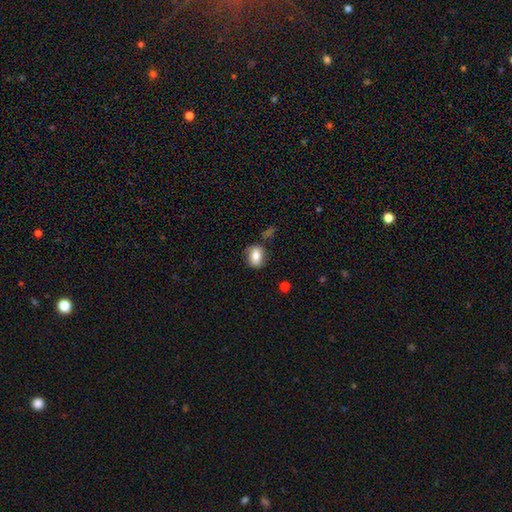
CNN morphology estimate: Smooth or featured?
  - smooth: 79% *
  - featured or disk: 13%
  - star or artifact: 8%
How rounded?
  - in between: 67% *
  - round: 31%
  - cigar-shaped: 2%
Merging?
  - none: 75% *
  - minor disturbance: 16%
  - merger: 5%
  - major disturbance: 4%